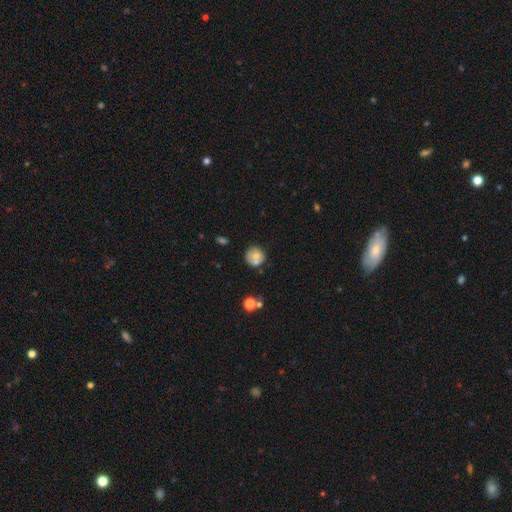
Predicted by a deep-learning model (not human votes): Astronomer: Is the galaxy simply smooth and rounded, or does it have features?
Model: smooth — 60%.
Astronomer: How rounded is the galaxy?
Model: round — 88%.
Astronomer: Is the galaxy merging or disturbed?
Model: none — 63%.